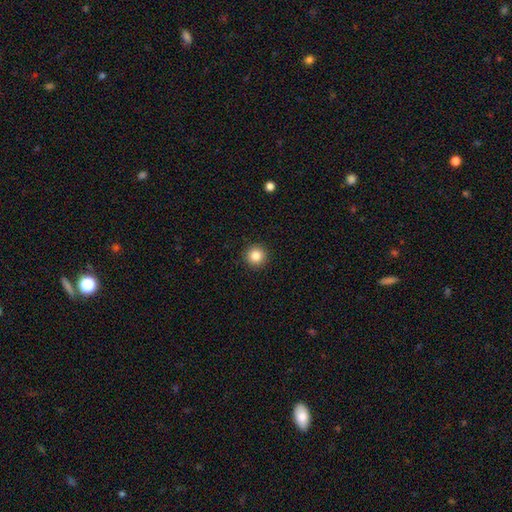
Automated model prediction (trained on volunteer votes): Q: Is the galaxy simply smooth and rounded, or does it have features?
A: smooth — 85%.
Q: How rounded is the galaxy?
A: round — 96%.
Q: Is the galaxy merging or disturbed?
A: none — 93%.